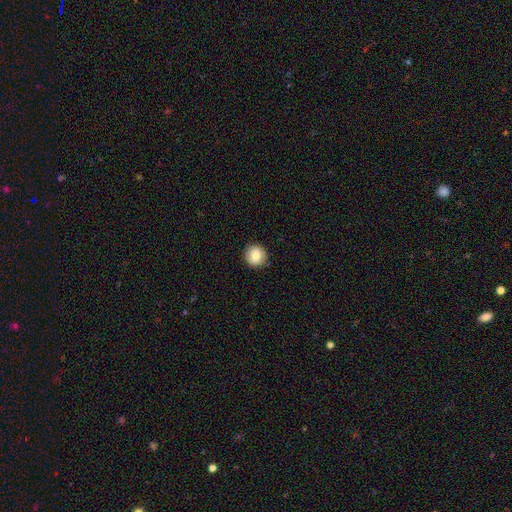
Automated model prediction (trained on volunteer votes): Overall: smooth (81%). How rounded: round (88%). Merging: none (89%).